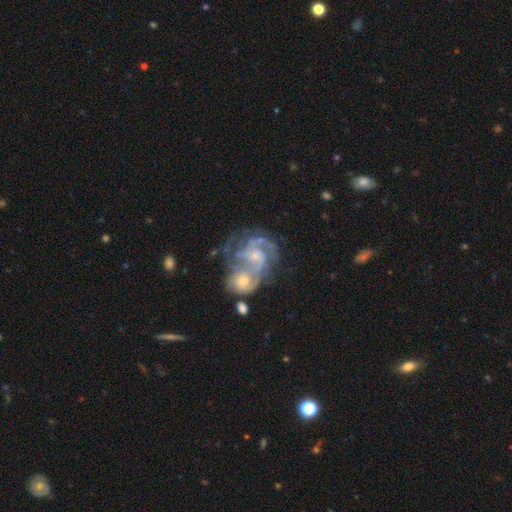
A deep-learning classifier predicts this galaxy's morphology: Smooth or featured?
  - featured or disk: 87% *
  - smooth: 8%
  - star or artifact: 5%
Edge-on disk?
  - no: 98% *
  - yes: 2%
Bar?
  - no: 66% *
  - weak: 28%
  - strong: 6%
Spiral arms?
  - yes: 95% *
  - no: 5%
Spiral winding?
  - medium: 48% *
  - tight: 39%
  - loose: 13%
Spiral arm count?
  - 2: 39% *
  - 3: 27%
  - can't tell: 17%
  - 4: 7%
  - 1: 5%
  - more than 4: 5%
Bulge size?
  - small: 58% *
  - moderate: 28%
  - none: 10%
  - large: 3%
  - dominant: 1%
Merging?
  - merger: 62% *
  - none: 20%
  - minor disturbance: 9%
  - major disturbance: 9%